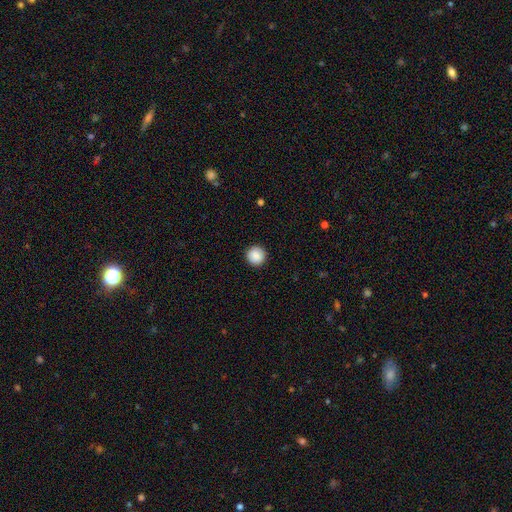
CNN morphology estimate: Smooth or featured: smooth — 89% (star or artifact — 8%)
How rounded: round — 96% (in between — 3%)
Merging: none — 93% (minor disturbance — 5%)